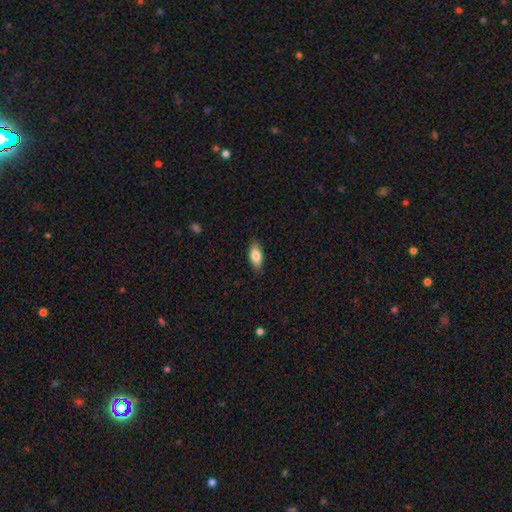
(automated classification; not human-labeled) Q: Smooth or featured?
A: smooth (81%); runner-up: featured or disk (13%)
Q: How rounded?
A: in between (84%); runner-up: cigar-shaped (13%)
Q: Merging?
A: none (87%); runner-up: minor disturbance (10%)